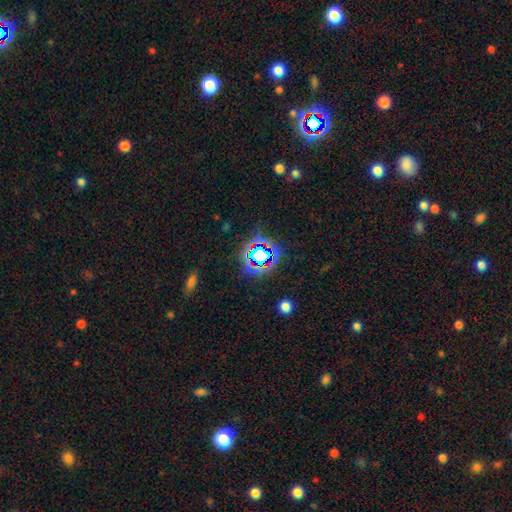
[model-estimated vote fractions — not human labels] star or artifact 68%, smooth 20%, featured or disk 12%.